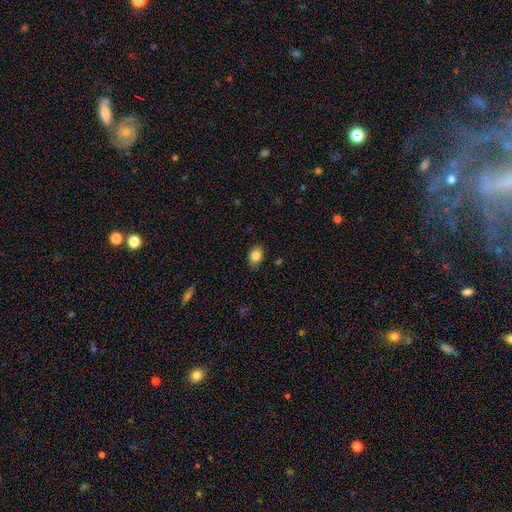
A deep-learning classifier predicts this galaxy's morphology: Smooth or featured: smooth — 84% (star or artifact — 8%)
How rounded: in between — 80% (round — 18%)
Merging: none — 82% (minor disturbance — 14%)